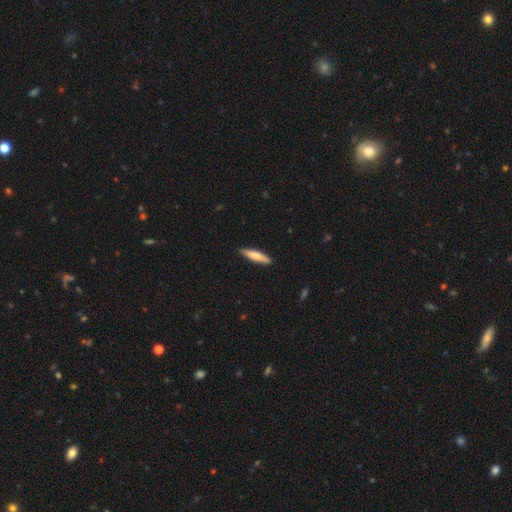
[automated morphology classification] Smooth or featured? smooth (70%)
How rounded? cigar-shaped (83%)
Merging? none (88%)